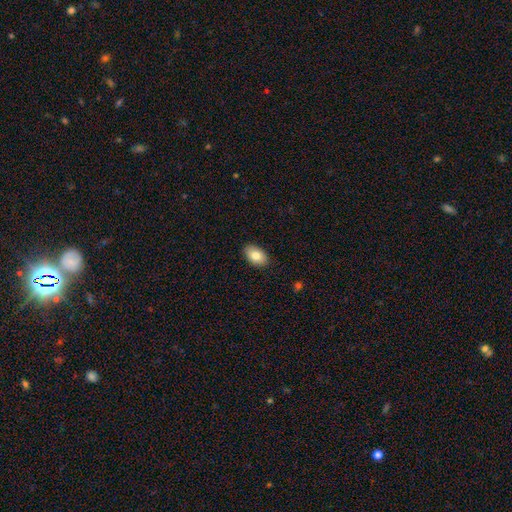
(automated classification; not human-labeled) A smooth galaxy with no disk features (82%) that is in between round and cigar-shaped (92%).

Vote fractions:
- Smooth or featured? smooth: 82% / featured or disk: 11% / star or artifact: 7%
- How rounded? in between: 92% / round: 6% / cigar-shaped: 1%
- Merging? none: 89% / minor disturbance: 9% / major disturbance: 2% / merger: 1%